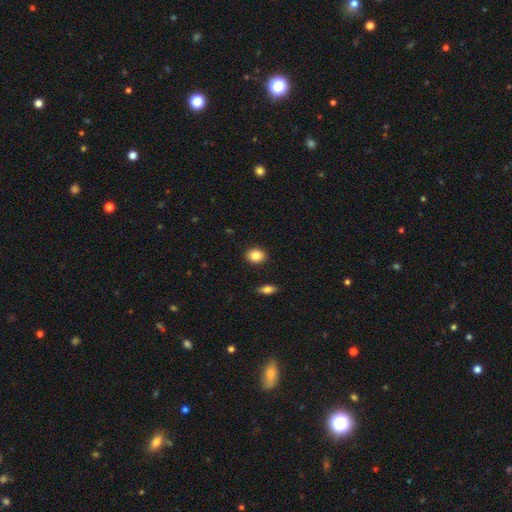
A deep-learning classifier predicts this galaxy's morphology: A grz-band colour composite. It shows a smooth galaxy with no disk features (85%) that is in between round and cigar-shaped (54%). Merging: none (90%).